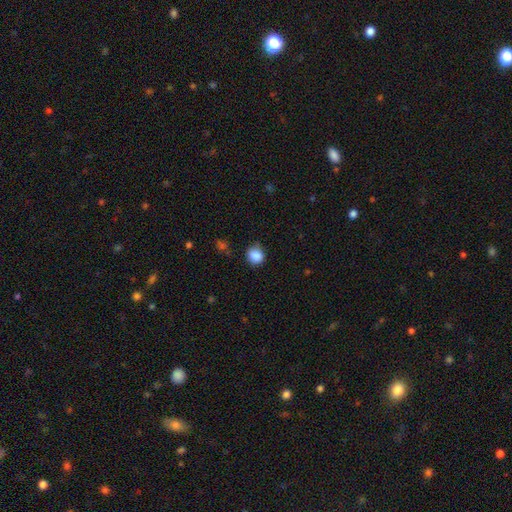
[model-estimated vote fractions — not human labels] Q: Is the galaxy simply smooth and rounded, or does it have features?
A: smooth — 87%.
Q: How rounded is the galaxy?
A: round — 75%.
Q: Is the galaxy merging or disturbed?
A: none — 68%.